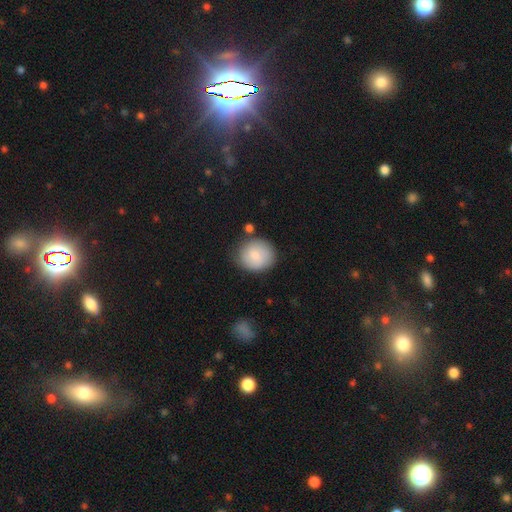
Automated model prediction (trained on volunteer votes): smooth 79%, featured or disk 15%, star or artifact 7%. Down the decision tree: how rounded — round (77%); merging — none (75%).